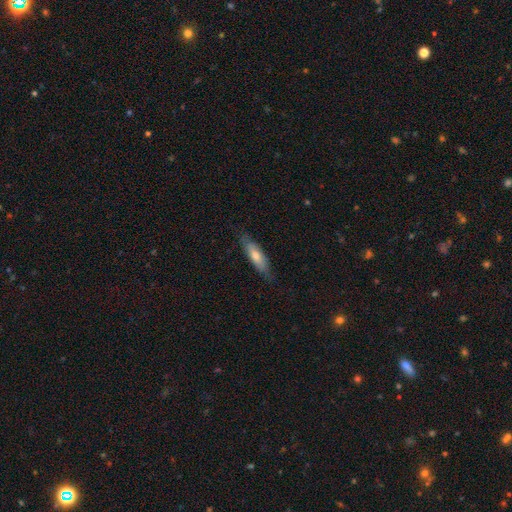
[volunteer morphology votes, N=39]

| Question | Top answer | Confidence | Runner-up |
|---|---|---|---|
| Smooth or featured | smooth | 64% | featured or disk (33%) |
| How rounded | cigar-shaped | 76% | in between (24%) |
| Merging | none | 79% | minor disturbance (18%) |